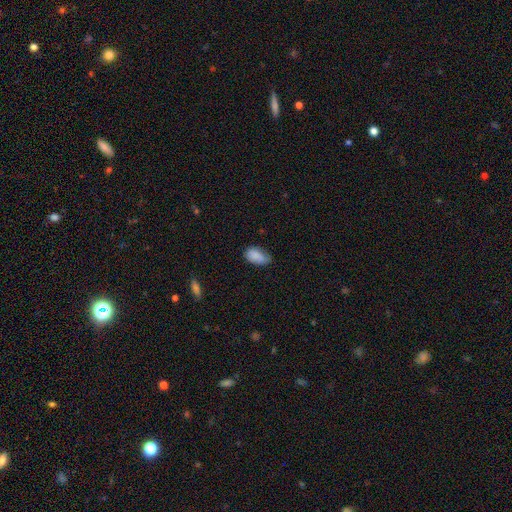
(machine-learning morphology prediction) Overall: smooth (85%). How rounded: in between (93%). Merging: none (54%; minor disturbance 36%).